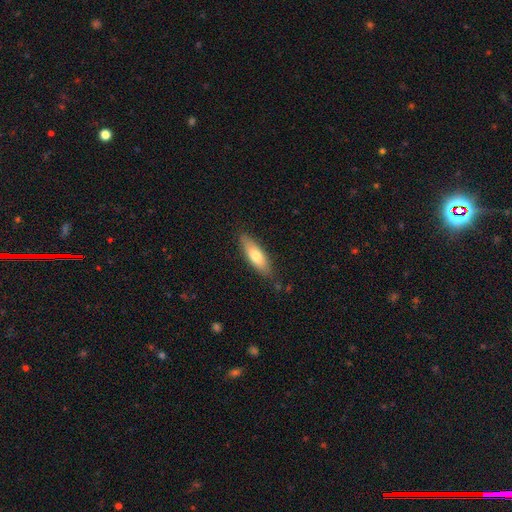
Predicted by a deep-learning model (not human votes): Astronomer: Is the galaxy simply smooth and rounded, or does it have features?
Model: smooth — 71%.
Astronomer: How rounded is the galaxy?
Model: in between — 55% (runner-up: cigar-shaped, 43%).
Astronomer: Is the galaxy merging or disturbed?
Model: none — 82%.